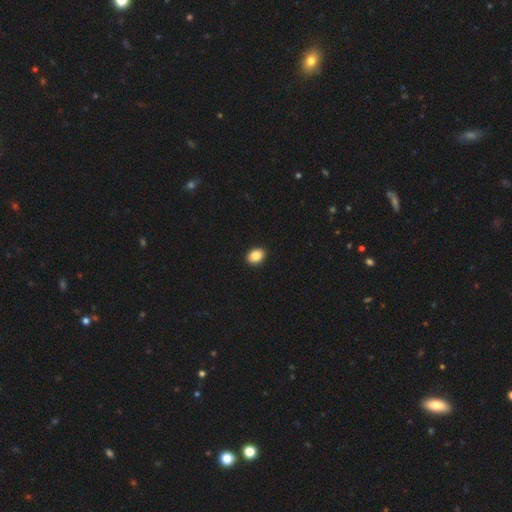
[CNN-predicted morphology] smooth_or_featured: smooth (p=0.86) [alt: star or artifact p=0.09]
how_rounded: in between (p=0.70) [alt: round p=0.29]
merging: none (p=0.92) [alt: minor disturbance p=0.06]